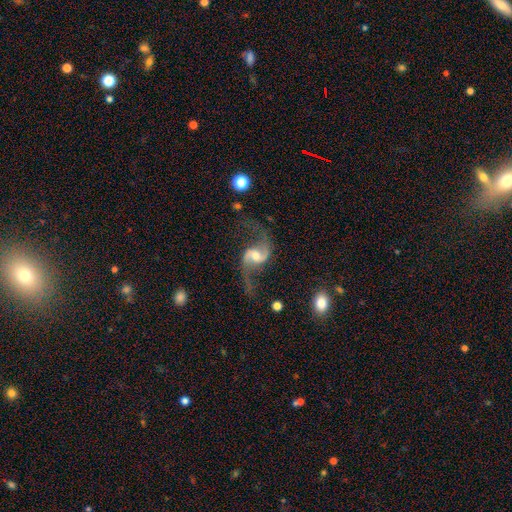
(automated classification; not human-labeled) Overall: featured or disk (90%). Edge-on disk: no (98%). Bar: weak (44%; no 37%). Spiral arms: yes (97%). Spiral arm count: 2 (94%). Spiral winding: loose (77%). Bulge size: moderate (61%; small 28%). Merging: none (68%).